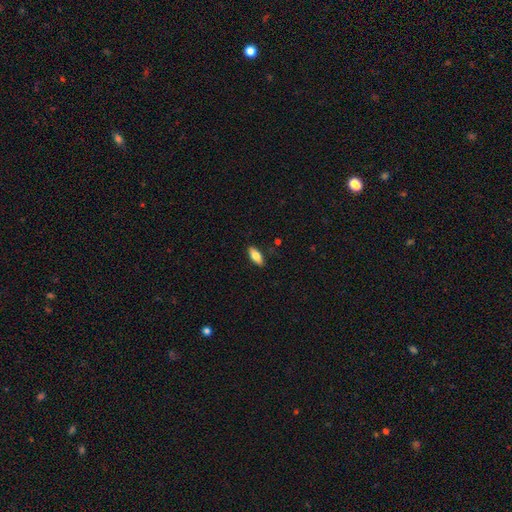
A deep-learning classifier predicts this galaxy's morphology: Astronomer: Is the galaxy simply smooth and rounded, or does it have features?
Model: smooth — 73%.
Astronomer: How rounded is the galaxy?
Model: in between — 79%.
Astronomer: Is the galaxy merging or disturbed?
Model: none — 87%.